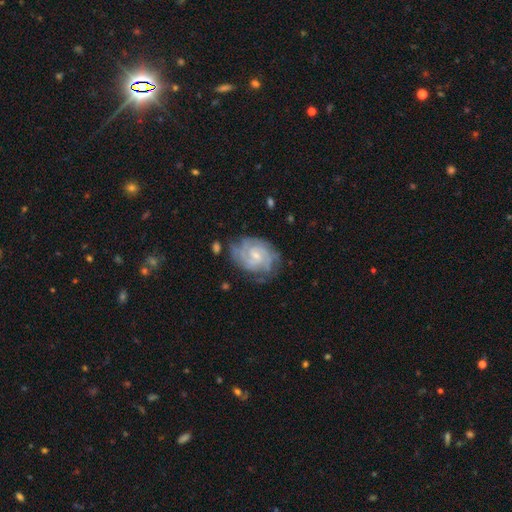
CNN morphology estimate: Smooth or featured? featured or disk (86%)
Edge-on disk? no (98%)
Bar? no (48%)
Spiral arms? yes (97%)
Spiral winding? tight (69%)
Spiral arm count? 2 (31%)
Bulge size? small (66%)
Merging? none (71%)